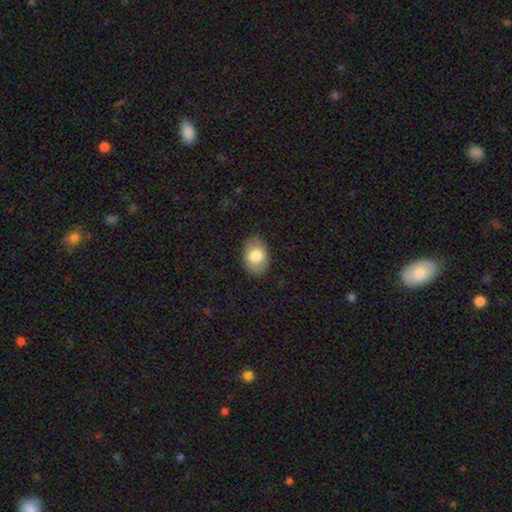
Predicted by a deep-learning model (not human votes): Smooth or featured? Predicted: smooth (p=0.79). How rounded? Predicted: in between (p=0.85). Merging? Predicted: none (p=0.82).